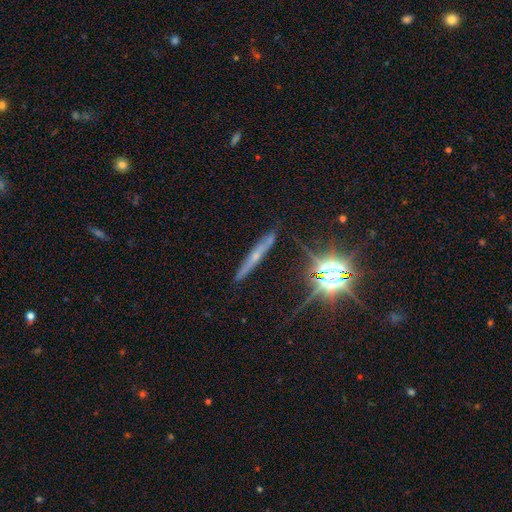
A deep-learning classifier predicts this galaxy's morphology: smooth-or-featured: featured or disk: 52% | smooth: 28% | star or artifact: 20%
  disk-edge-on: yes: 93% | no: 7%
  merging: none: 84% | minor disturbance: 12% | major disturbance: 2% | merger: 2%